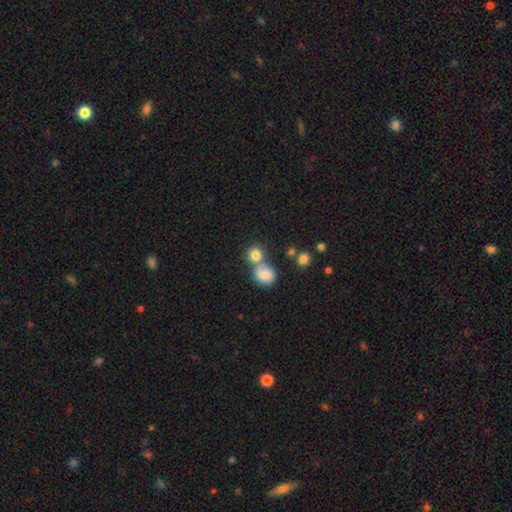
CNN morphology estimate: type=smooth (81%); roundness=round (82%); merging=merger (47%).